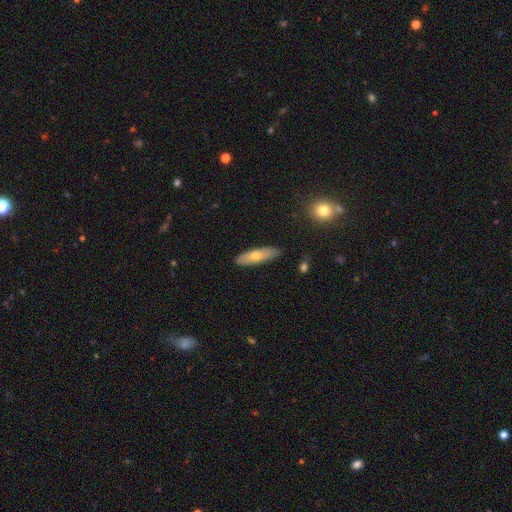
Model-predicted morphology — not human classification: Smooth or featured?
  - smooth: 61% *
  - featured or disk: 33%
  - star or artifact: 7%
How rounded?
  - cigar-shaped: 64% *
  - in between: 34%
  - round: 2%
Merging?
  - none: 87% *
  - minor disturbance: 10%
  - major disturbance: 2%
  - merger: 1%